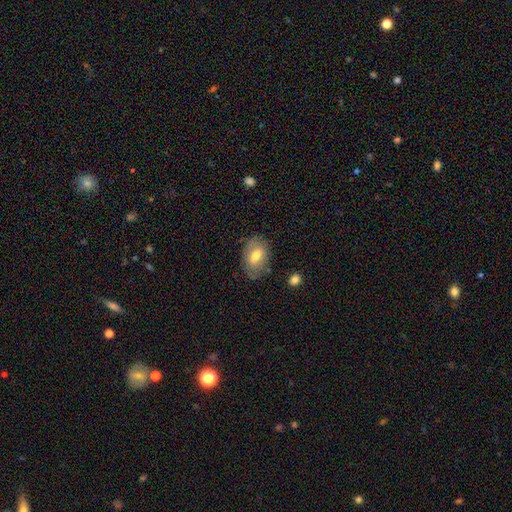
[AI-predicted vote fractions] This appears to be a smooth galaxy with no disk features (65%) that is in between round and cigar-shaped (89%). Merging: none (75%).